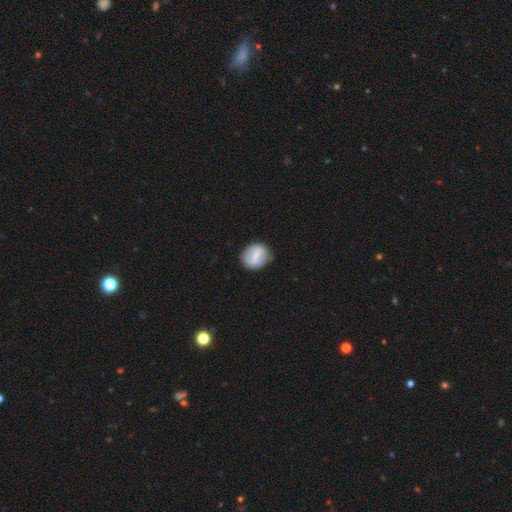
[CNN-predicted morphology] smooth_or_featured: featured or disk (p=0.49) [alt: smooth p=0.44]
merging: none (p=0.83) [alt: minor disturbance p=0.12]